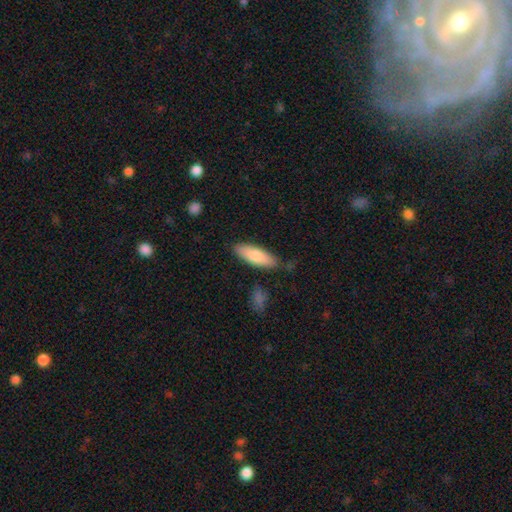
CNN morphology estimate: The model was most divided on "how rounded": in between: 65%, cigar-shaped: 33%, round: 2%. More confident: smooth or featured — smooth (81%); merging — none (80%).